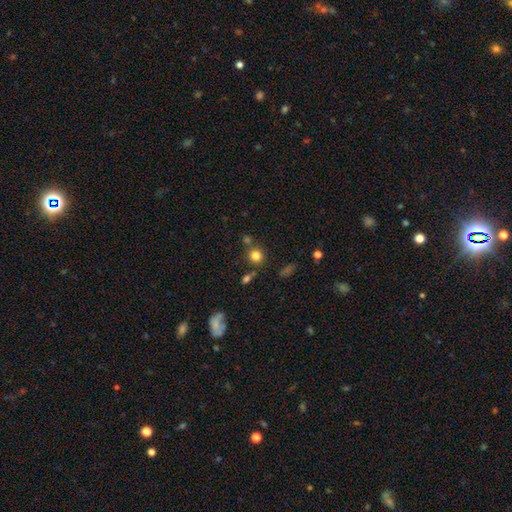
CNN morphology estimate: Smooth or featured? smooth (80%)
How rounded? round (88%)
Merging? none (73%)